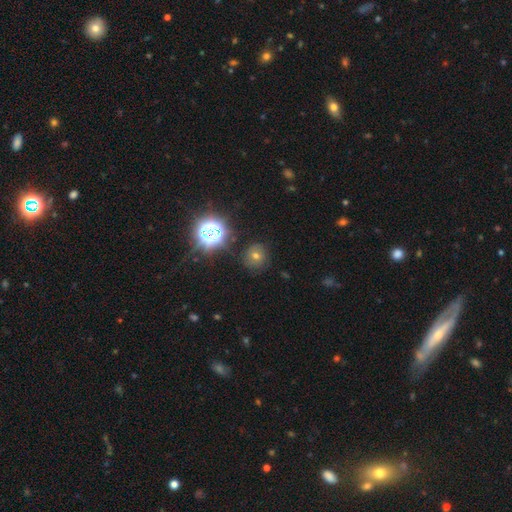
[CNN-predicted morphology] A smooth galaxy with no disk features (50%). Merging: none (84%).